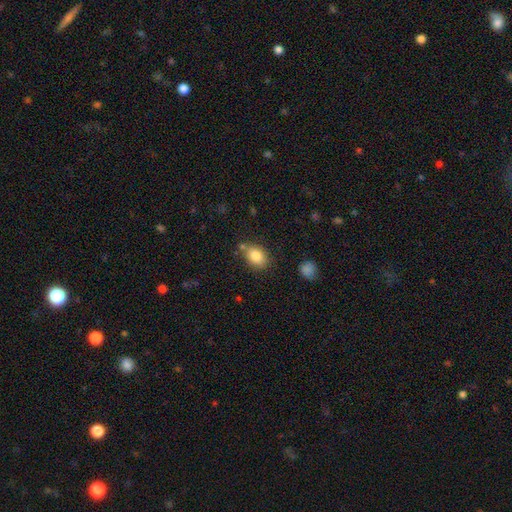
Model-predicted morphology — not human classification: smooth-or-featured: smooth: 85% | star or artifact: 8% | featured or disk: 7%
  how-rounded: in between: 75% | round: 24% | cigar-shaped: 1%
  merging: none: 71% | minor disturbance: 16% | merger: 9% | major disturbance: 4%